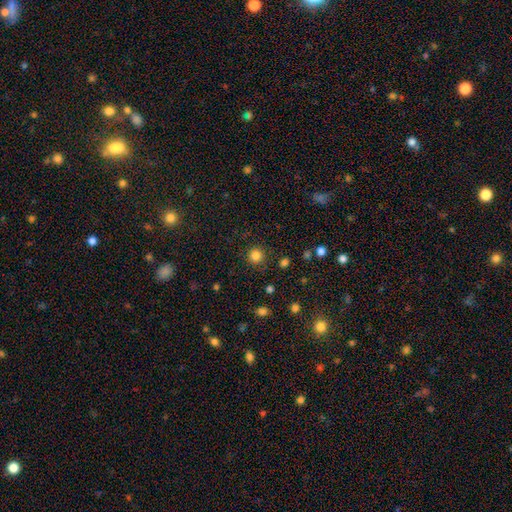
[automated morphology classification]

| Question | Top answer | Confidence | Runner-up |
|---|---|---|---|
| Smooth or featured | smooth | 84% | star or artifact (12%) |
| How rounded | round | 94% | in between (5%) |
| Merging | none | 89% | minor disturbance (6%) |